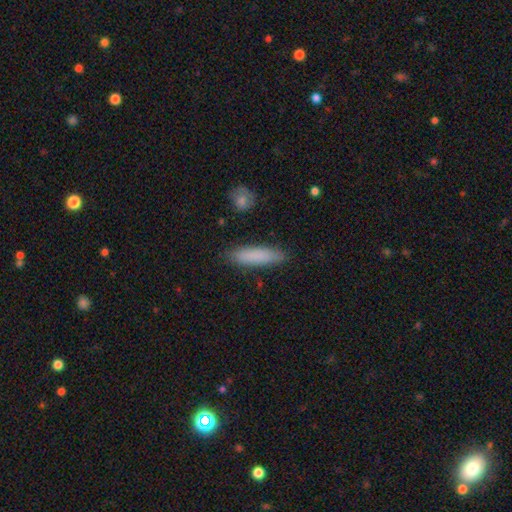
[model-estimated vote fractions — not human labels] smooth 84%, featured or disk 9%, star or artifact 7%. Down the decision tree: how rounded — cigar-shaped (75%); merging — none (87%).